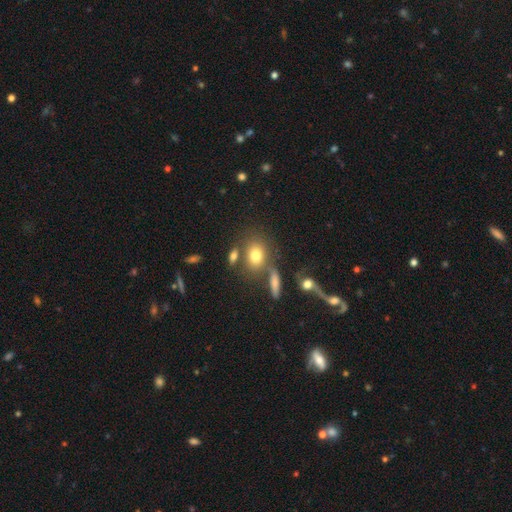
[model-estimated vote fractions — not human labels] smooth_or_featured: smooth (p=0.76) [alt: featured or disk p=0.13]
how_rounded: in between (p=0.60) [alt: round p=0.38]
merging: none (p=0.60) [alt: merger p=0.20]